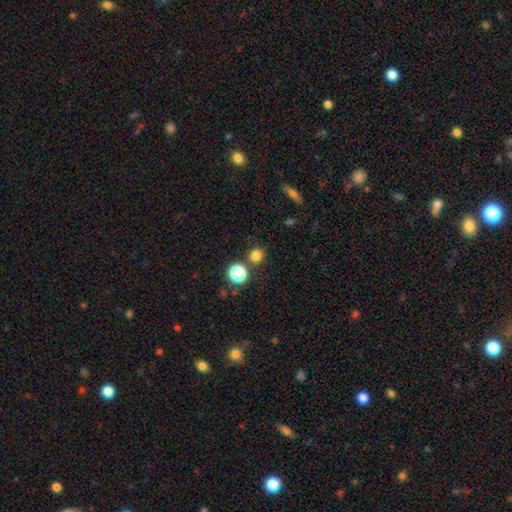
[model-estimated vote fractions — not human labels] This is likely a smooth galaxy (78%). How rounded: clearly round (91%). Merging: clearly none (83%).